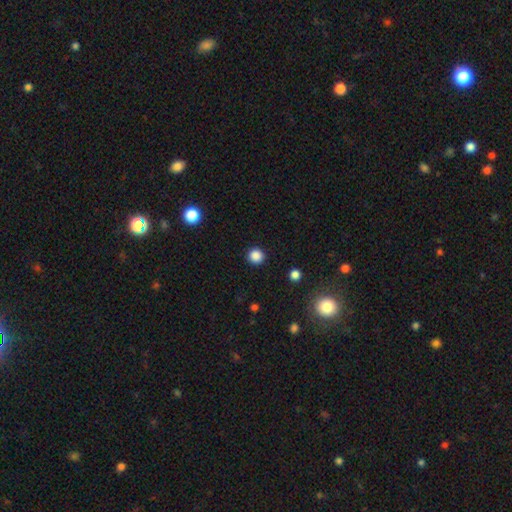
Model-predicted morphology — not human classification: This is clearly a smooth galaxy (86%). How rounded: clearly round (94%). Merging: clearly none (92%).